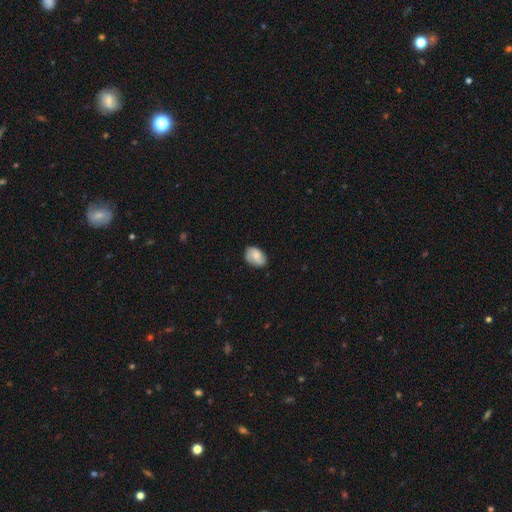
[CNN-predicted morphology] smooth 77%, featured or disk 16%, star or artifact 7%. Down the decision tree: how rounded — in between (80%); merging — none (75%).